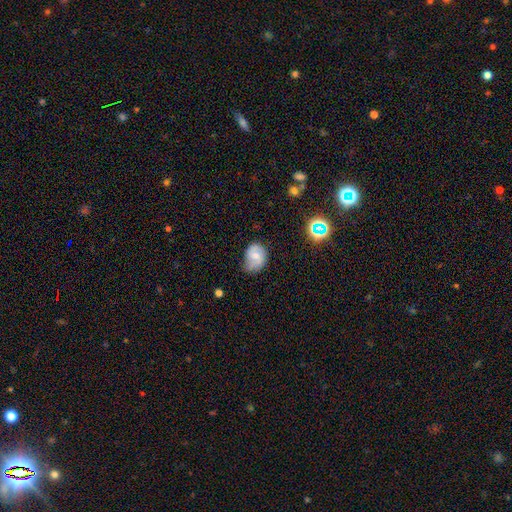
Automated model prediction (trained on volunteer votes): smooth 49%, featured or disk 41%, star or artifact 10%. Down the decision tree: merging — none (48%).